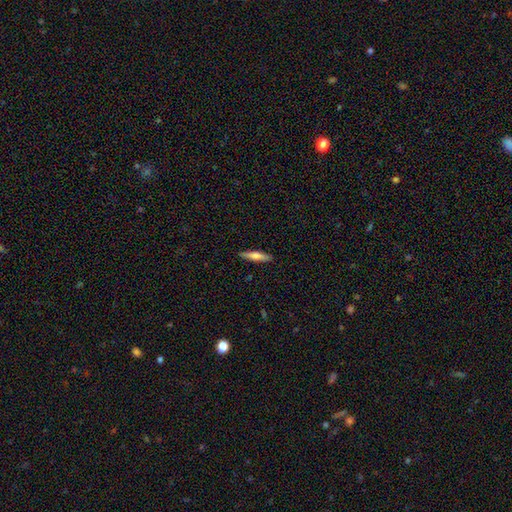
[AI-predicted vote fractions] This appears to be a smooth galaxy with no disk features (61%) that is cigar-shaped (85%). Merging: none (90%).